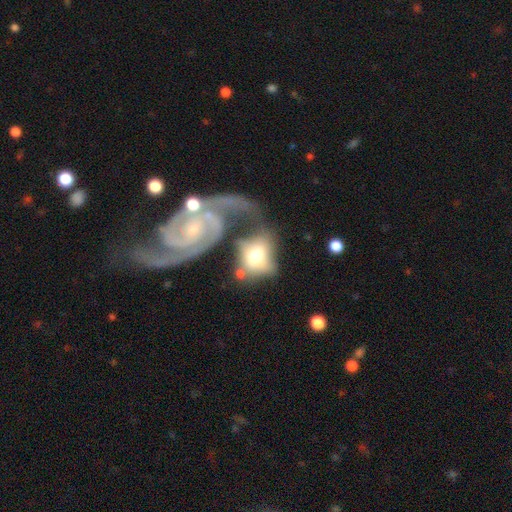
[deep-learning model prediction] smooth_or_featured: smooth (p=0.48) [alt: featured or disk p=0.43]
merging: merger (p=0.39) [alt: major disturbance p=0.34]